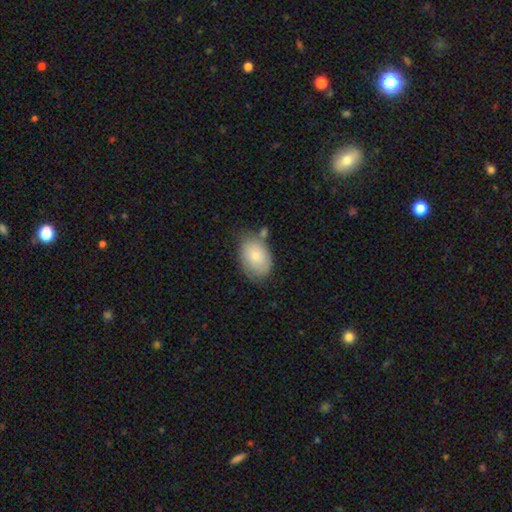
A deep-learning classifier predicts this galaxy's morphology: Smooth or featured? Predicted: smooth (p=0.78). How rounded? Predicted: in between (p=0.83). Merging? Predicted: none (p=0.65).